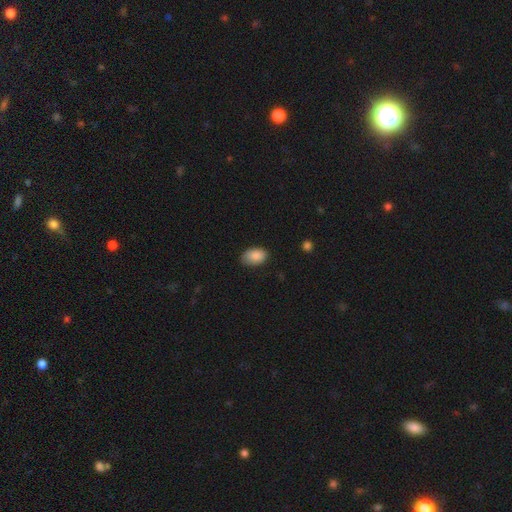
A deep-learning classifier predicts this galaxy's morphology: Q: Smooth or featured?
A: smooth (87%); runner-up: star or artifact (7%)
Q: How rounded?
A: in between (90%); runner-up: round (9%)
Q: Merging?
A: none (75%); runner-up: minor disturbance (21%)